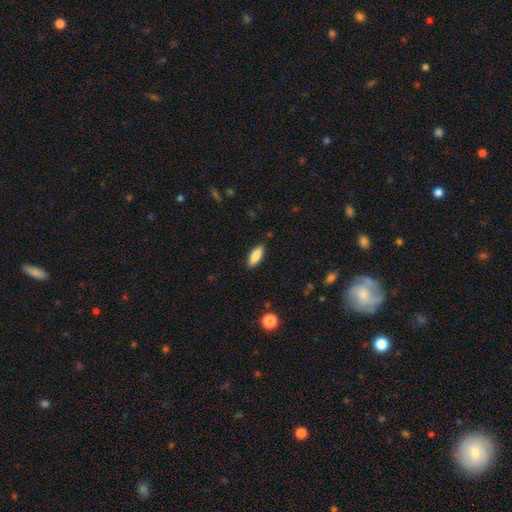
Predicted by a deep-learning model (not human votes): Overall: smooth (87%). How rounded: in between (77%). Merging: none (88%).